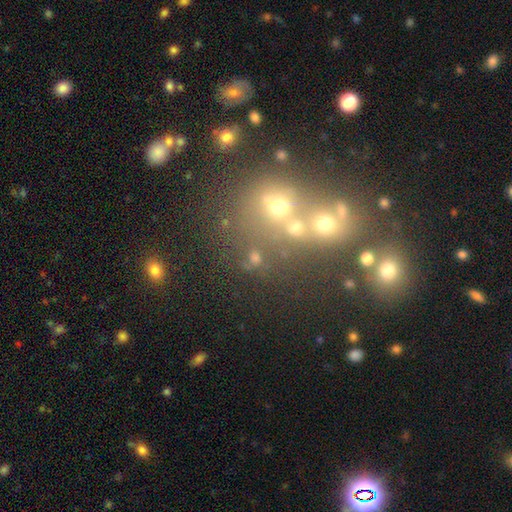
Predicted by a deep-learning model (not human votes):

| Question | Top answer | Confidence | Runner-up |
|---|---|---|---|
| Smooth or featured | smooth | 52% | star or artifact (31%) |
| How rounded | round | 72% | in between (26%) |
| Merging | none | 51% | merger (33%) |